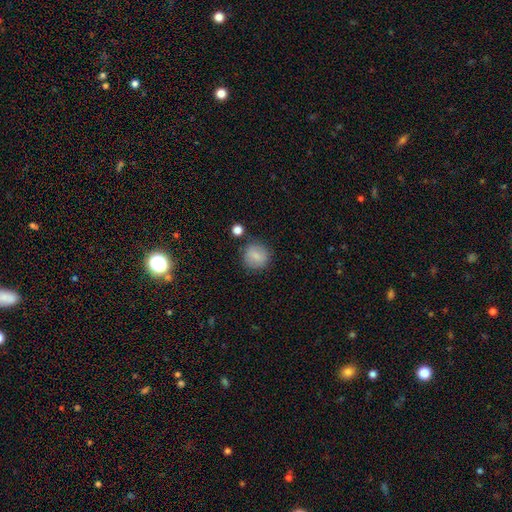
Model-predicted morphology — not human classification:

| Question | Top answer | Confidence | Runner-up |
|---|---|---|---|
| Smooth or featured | smooth | 80% | featured or disk (11%) |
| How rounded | round | 87% | in between (12%) |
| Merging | none | 79% | minor disturbance (12%) |